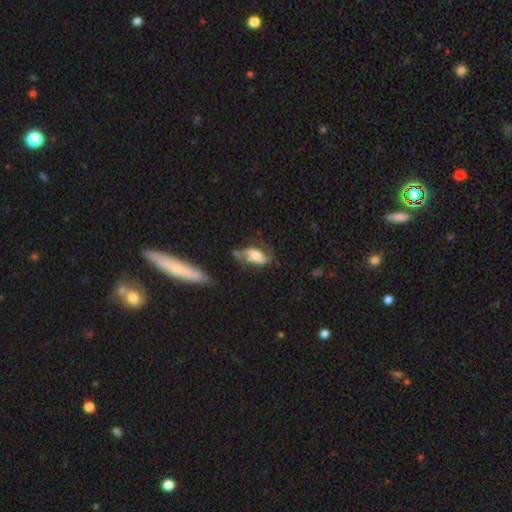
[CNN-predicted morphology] Smooth or featured: featured or disk — 63% (smooth — 29%)
Edge-on disk: no — 91% (yes — 9%)
Bar: no — 46% (weak — 35%)
Spiral arms: yes — 79% (no — 21%)
Bulge size: moderate — 52% (small — 25%)
Merging: none — 40% (minor disturbance — 26%)